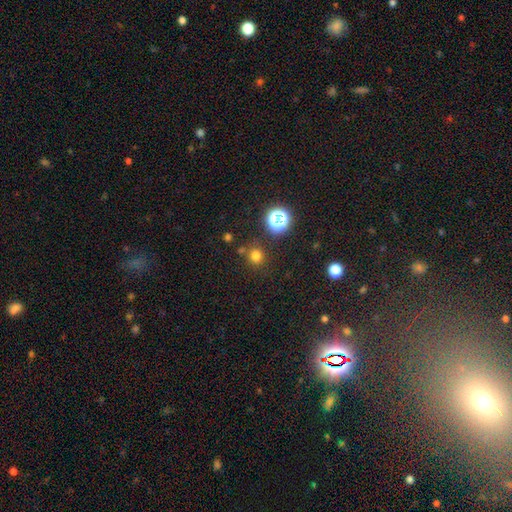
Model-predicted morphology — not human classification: Smooth or featured: smooth — 74% (star or artifact — 20%)
How rounded: round — 90% (in between — 9%)
Merging: none — 81% (minor disturbance — 9%)